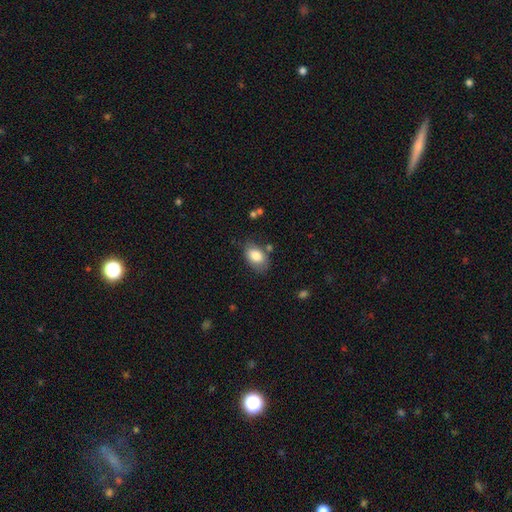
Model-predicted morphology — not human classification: Q: Smooth or featured?
A: smooth (82%); runner-up: featured or disk (11%)
Q: How rounded?
A: in between (87%); runner-up: round (12%)
Q: Merging?
A: none (71%); runner-up: minor disturbance (19%)